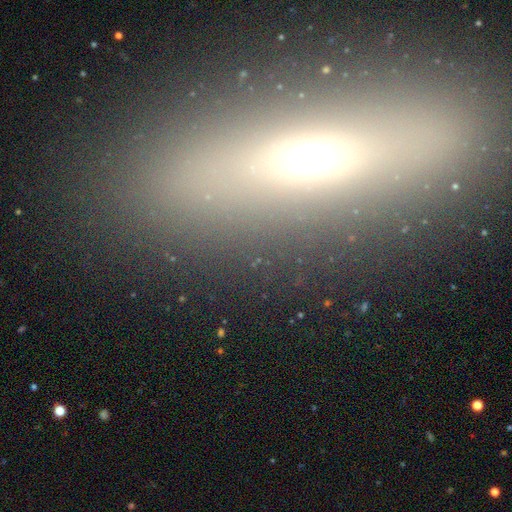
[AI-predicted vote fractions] Morphology: type=smooth (47%); merging=none (84%).